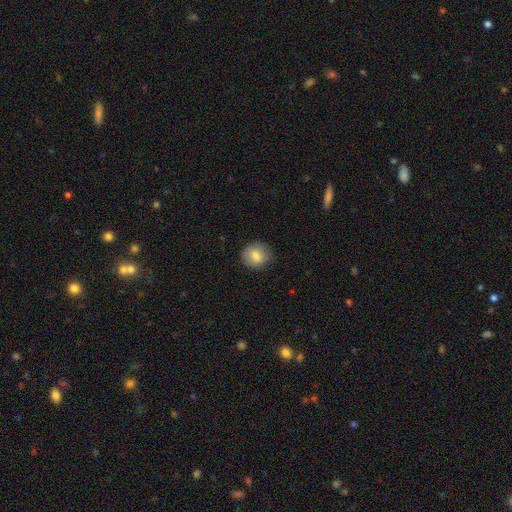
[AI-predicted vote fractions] Smooth or featured?
  - smooth: 80% *
  - featured or disk: 12%
  - star or artifact: 8%
How rounded?
  - round: 78% *
  - in between: 21%
  - cigar-shaped: 1%
Merging?
  - none: 85% *
  - minor disturbance: 11%
  - major disturbance: 3%
  - merger: 1%